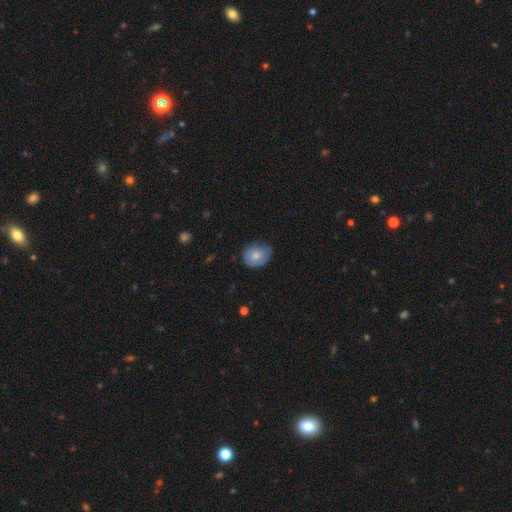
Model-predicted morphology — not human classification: Smooth or featured?
  - smooth: 73% *
  - featured or disk: 19%
  - star or artifact: 8%
How rounded?
  - round: 57% *
  - in between: 43%
  - cigar-shaped: 1%
Merging?
  - none: 62% *
  - minor disturbance: 31%
  - major disturbance: 6%
  - merger: 1%